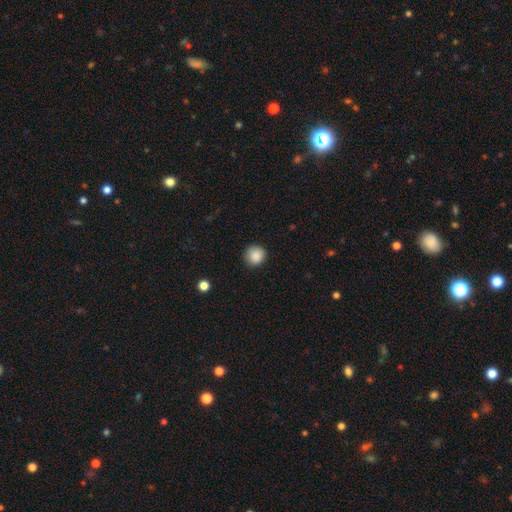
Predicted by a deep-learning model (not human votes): A smooth galaxy with no disk features (88%) that is round (93%).

Vote fractions:
- Smooth or featured? smooth: 88% / star or artifact: 9% / featured or disk: 3%
- How rounded? round: 93% / in between: 6% / cigar-shaped: 1%
- Merging? none: 88% / minor disturbance: 9% / major disturbance: 2% / merger: 1%